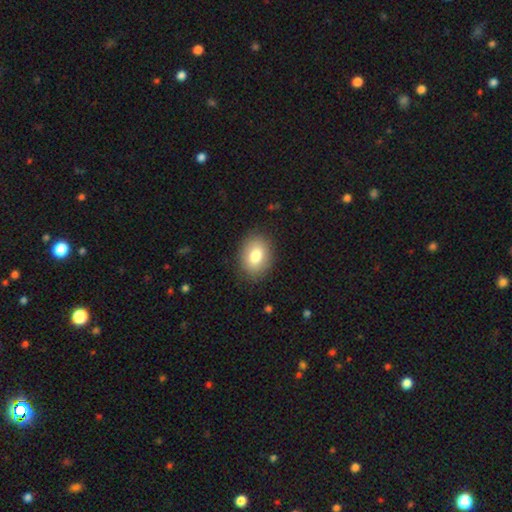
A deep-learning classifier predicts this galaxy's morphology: This appears to be a smooth galaxy with no disk features (81%) that is in between round and cigar-shaped (70%). Merging: none (86%).